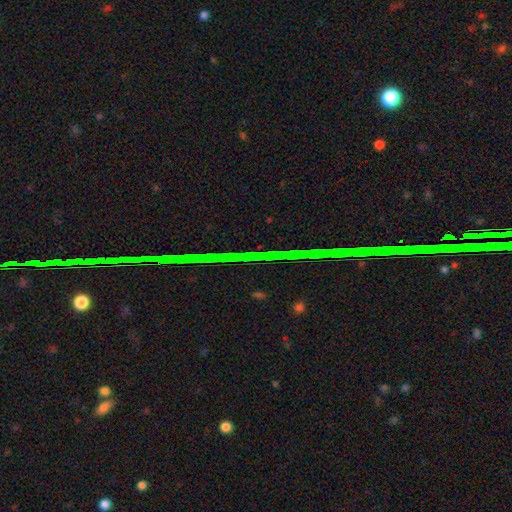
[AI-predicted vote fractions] Smooth or featured? Predicted: star or artifact (p=0.86).